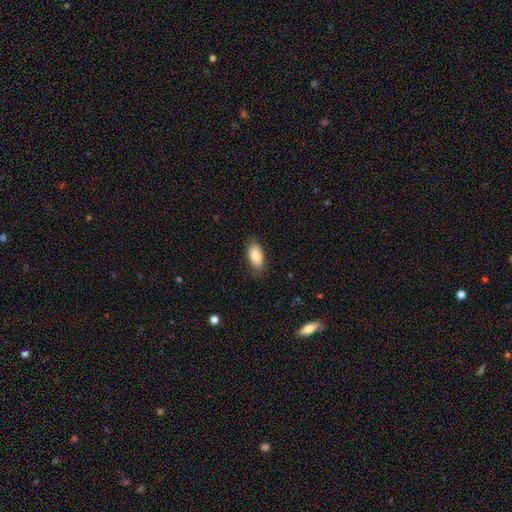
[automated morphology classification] Smooth or featured: smooth — 83% (featured or disk — 10%)
How rounded: in between — 89% (cigar-shaped — 8%)
Merging: none — 83% (minor disturbance — 13%)